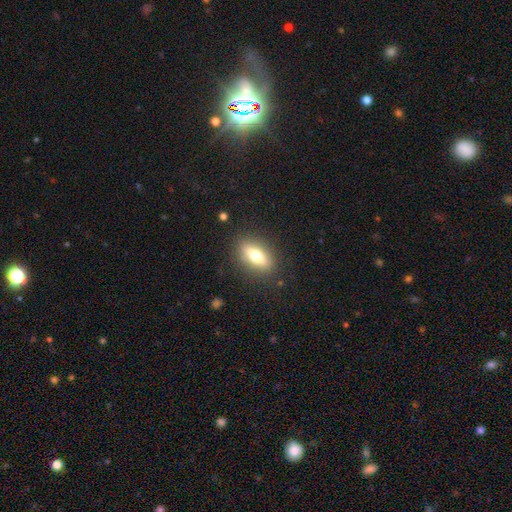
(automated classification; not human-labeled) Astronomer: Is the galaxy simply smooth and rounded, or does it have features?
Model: smooth — 60%.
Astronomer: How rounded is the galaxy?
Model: in between — 73%.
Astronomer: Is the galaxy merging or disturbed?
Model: none — 86%.